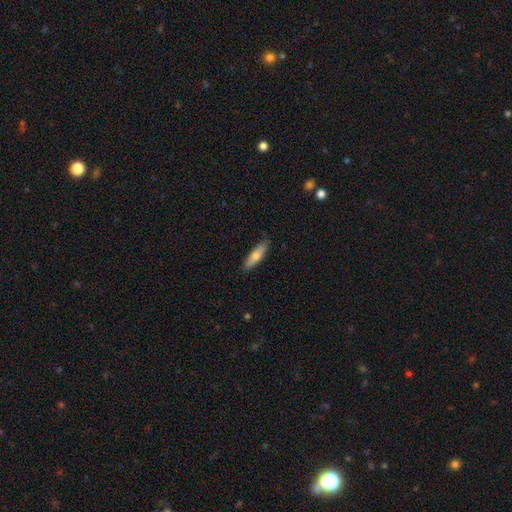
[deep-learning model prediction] This is likely a smooth galaxy (67%). How rounded: likely cigar-shaped (69%). Merging: clearly none (87%).